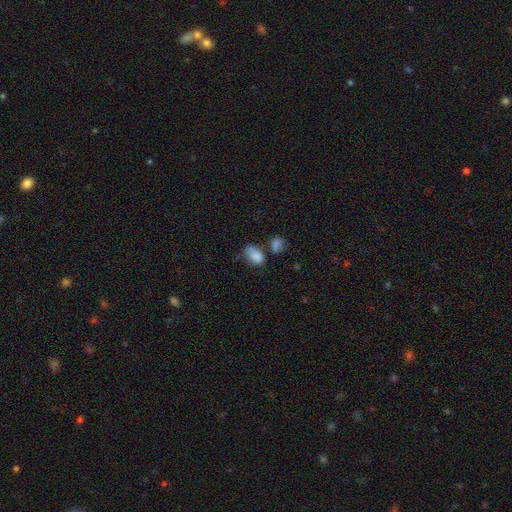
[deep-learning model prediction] smooth 82%, star or artifact 10%, featured or disk 9%. Down the decision tree: how rounded — in between (85%); merging — none (41%).